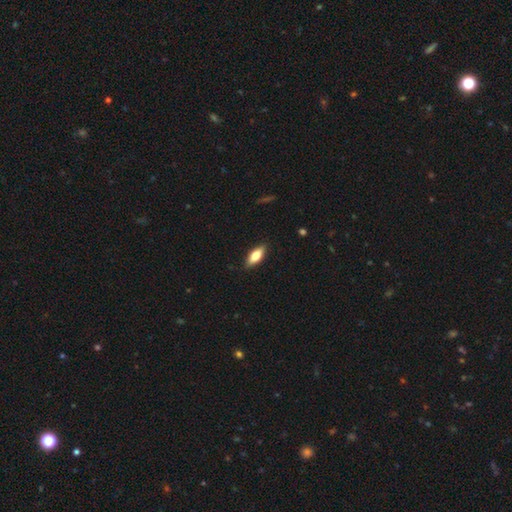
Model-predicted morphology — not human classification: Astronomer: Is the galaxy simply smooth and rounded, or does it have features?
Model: smooth — 71%.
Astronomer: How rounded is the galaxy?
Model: in between — 72%.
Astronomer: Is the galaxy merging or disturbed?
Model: none — 88%.